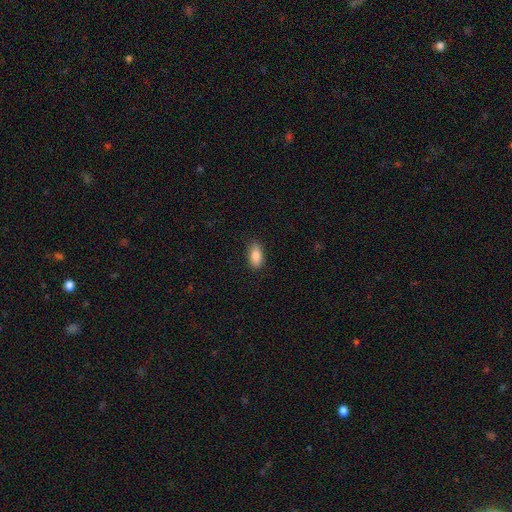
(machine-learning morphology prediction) A smooth galaxy with no disk features (86%) that is in between round and cigar-shaped (90%). Merging: none (84%).